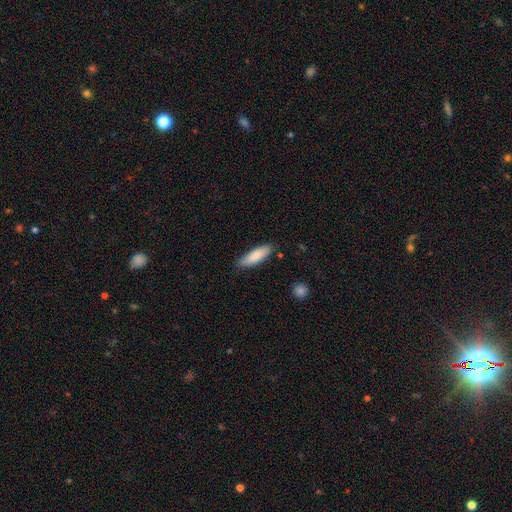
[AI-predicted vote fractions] Smooth or featured: smooth — 83% (featured or disk — 11%)
How rounded: cigar-shaped — 50% (in between — 48%)
Merging: none — 83% (minor disturbance — 13%)